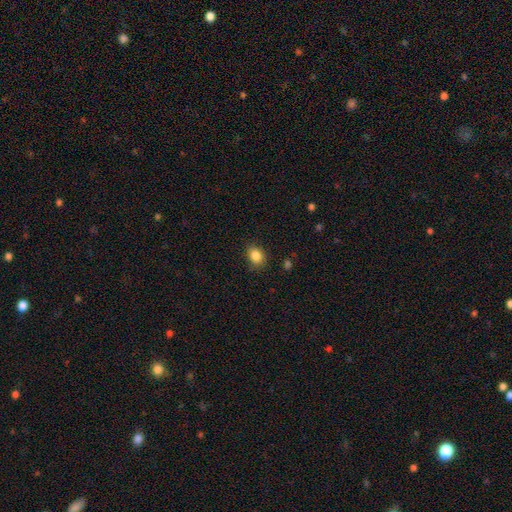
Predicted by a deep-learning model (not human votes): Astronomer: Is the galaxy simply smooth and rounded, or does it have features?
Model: smooth — 85%.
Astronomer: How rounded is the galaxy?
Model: in between — 55% (runner-up: round, 44%).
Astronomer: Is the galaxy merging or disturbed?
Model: none — 83%.